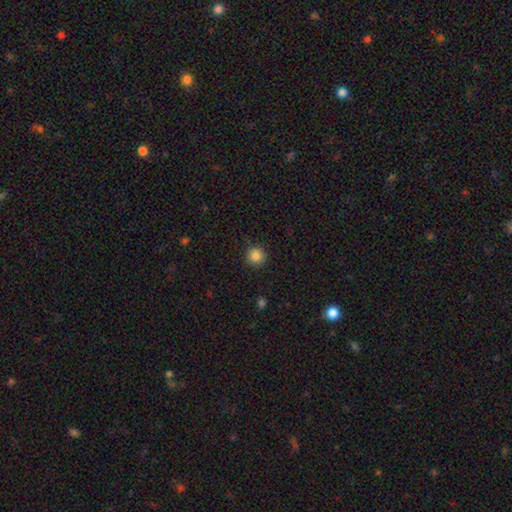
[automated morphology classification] smooth 85%, star or artifact 10%, featured or disk 5%. Down the decision tree: how rounded — round (95%); merging — none (91%).